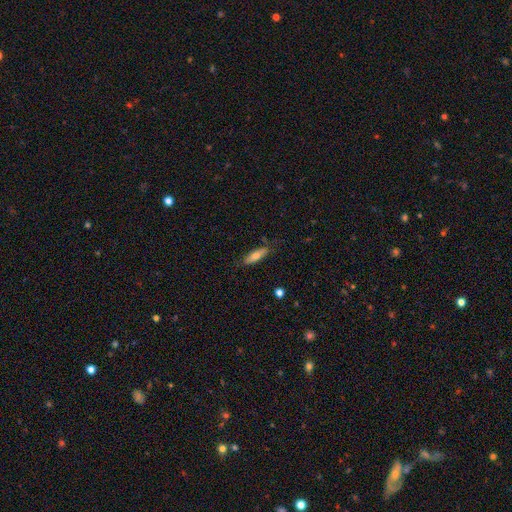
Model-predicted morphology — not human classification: type=smooth (69%); roundness=cigar-shaped (58%); merging=none (79%).